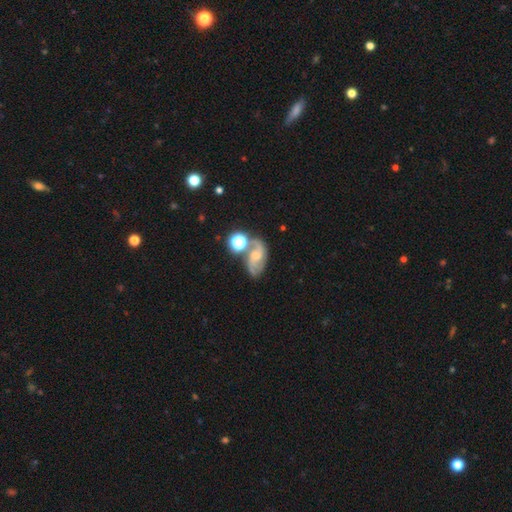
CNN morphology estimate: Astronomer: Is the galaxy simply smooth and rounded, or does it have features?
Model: featured or disk — 73%.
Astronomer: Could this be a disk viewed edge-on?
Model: no — 97%.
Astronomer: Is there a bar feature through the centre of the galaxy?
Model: no — 51% (runner-up: weak, 40%).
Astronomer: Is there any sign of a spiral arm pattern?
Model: yes — 93%.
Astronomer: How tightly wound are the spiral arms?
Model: medium — 50% (runner-up: loose, 35%).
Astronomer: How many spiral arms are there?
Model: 2 — 84%.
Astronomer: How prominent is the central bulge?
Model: small — 43% (runner-up: moderate, 41%).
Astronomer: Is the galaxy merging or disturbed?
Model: none — 49%.